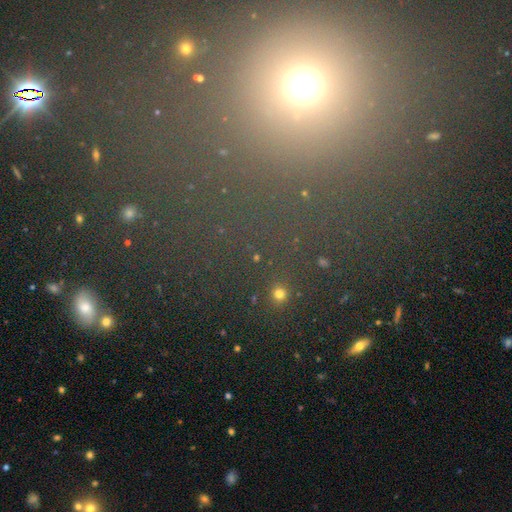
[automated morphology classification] Overall: star or artifact (51%; smooth 40%).